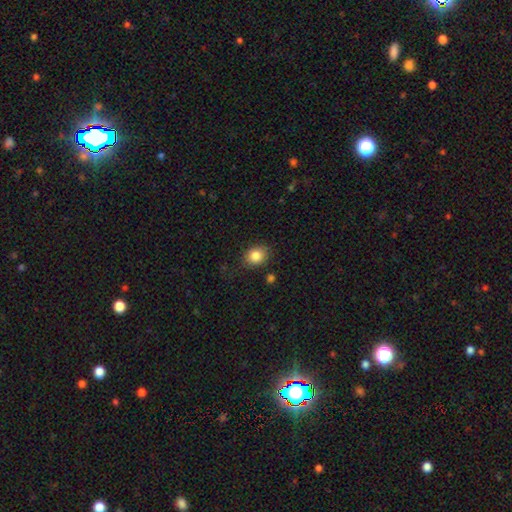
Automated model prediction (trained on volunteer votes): Overall: smooth (84%). How rounded: round (57%; in between 42%). Merging: none (79%).